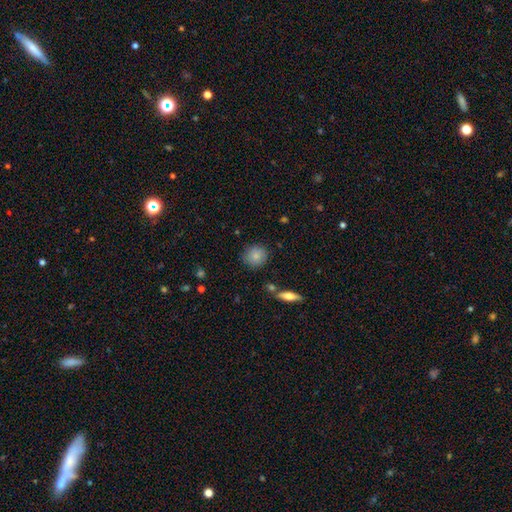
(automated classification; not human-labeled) Smooth or featured? Predicted: smooth (p=0.84). How rounded? Predicted: round (p=0.90). Merging? Predicted: none (p=0.86).